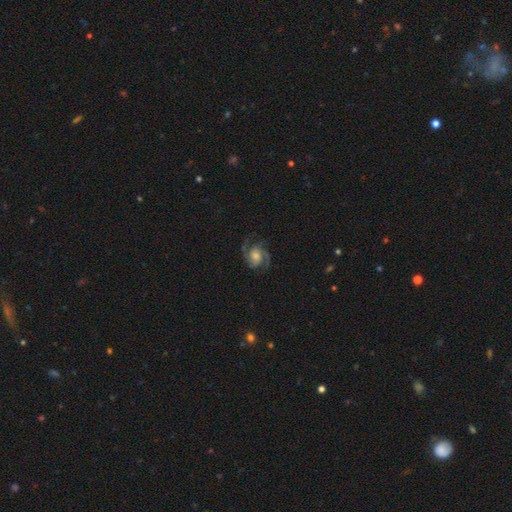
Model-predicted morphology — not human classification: type=featured or disk (89%); edge-on=no (98%); bar=no (59%); spiral arms=yes (98%); winding=medium (53%); arm count=2 (57%); bulge=moderate (50%); merging=none (77%).